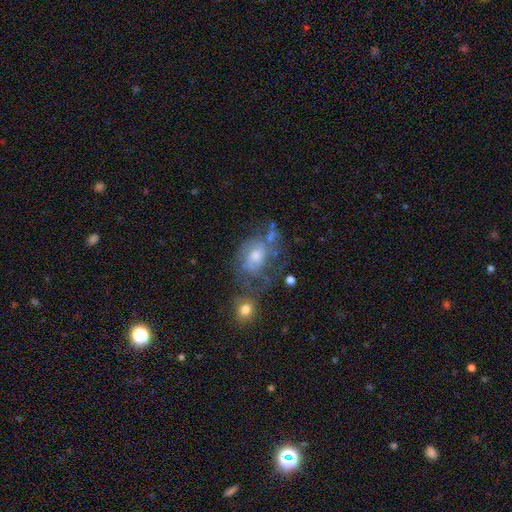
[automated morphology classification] A featured or disk galaxy (57%) with no bar (75%), spiral arms (63%) and a moderate central bulge (58%).

Vote fractions:
- Smooth or featured? featured or disk: 57% / smooth: 31% / star or artifact: 12%
- Edge-on disk? no: 96% / yes: 4%
- Bar? no: 75% / weak: 21% / strong: 4%
- Spiral arms? yes: 63% / no: 37%
- Bulge size? moderate: 58% / small: 27% / large: 9% / none: 4% / dominant: 2%
- Merging? none: 40% / minor disturbance: 23% / major disturbance: 23% / merger: 15%